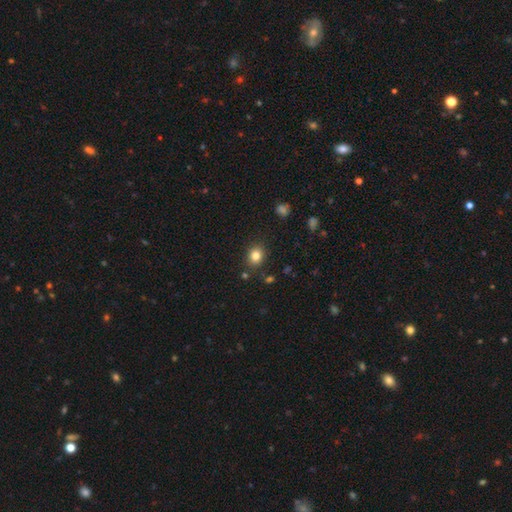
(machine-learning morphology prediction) A smooth galaxy with no disk features (83%) that is round (65%).

Vote fractions:
- Smooth or featured? smooth: 83% / star or artifact: 11% / featured or disk: 6%
- How rounded? round: 65% / in between: 34% / cigar-shaped: 1%
- Merging? none: 85% / minor disturbance: 9% / merger: 3% / major disturbance: 3%